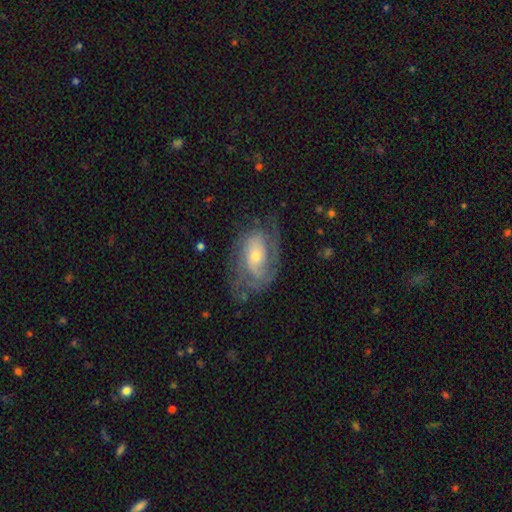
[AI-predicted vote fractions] The model was most divided on "spiral winding" (2-way tie): tight: 41%, medium: 41%, loose: 18%. Remaining: edge-on disk — no (95%); spiral arms — yes (88%); smooth or featured — featured or disk (76%); bar — no (61%); merging — none (60%); bulge size — small (47%); spiral arm count — 2 (46%).